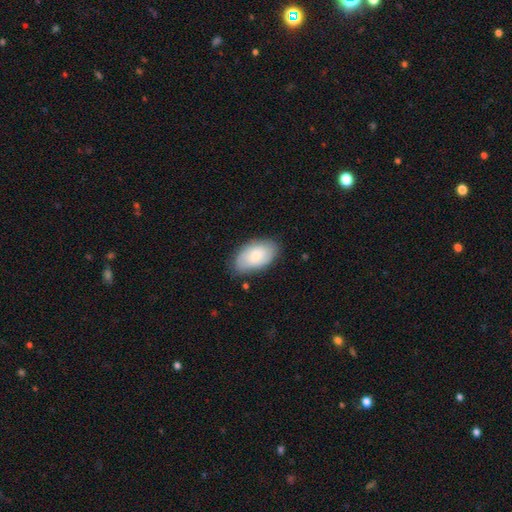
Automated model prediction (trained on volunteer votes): The model was most divided on "smooth or featured": smooth: 65%, featured or disk: 29%, star or artifact: 6%. More confident: how rounded — in between (94%); merging — none (77%).